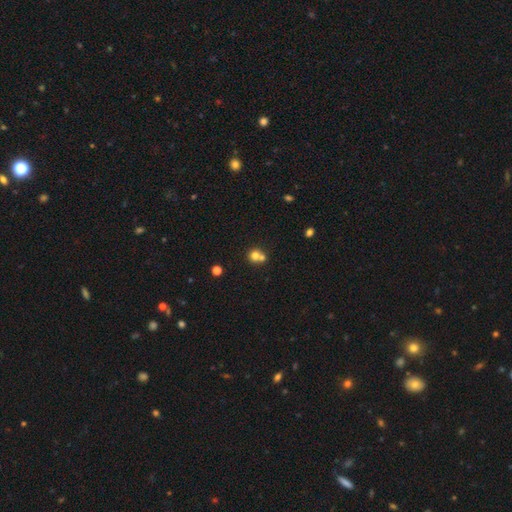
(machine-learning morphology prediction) Smooth or featured? smooth (73%)
How rounded? round (85%)
Merging? merger (50%)